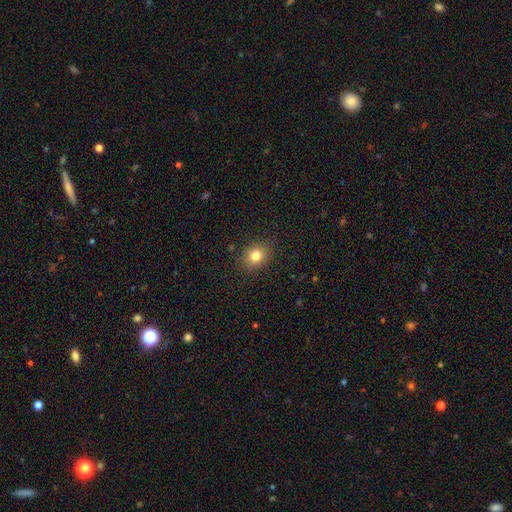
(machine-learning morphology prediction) Smooth or featured? Predicted: smooth (p=0.80). How rounded? Predicted: round (p=0.62). Merging? Predicted: none (p=0.87).